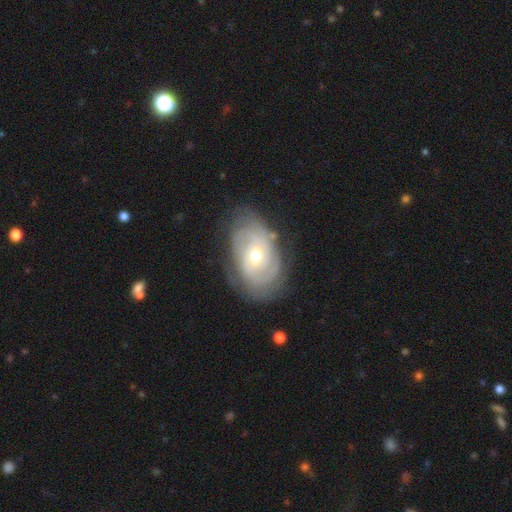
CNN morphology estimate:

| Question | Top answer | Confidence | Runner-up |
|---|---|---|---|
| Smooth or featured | featured or disk | 81% | smooth (13%) |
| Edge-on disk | no | 95% | yes (5%) |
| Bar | no | 70% | weak (24%) |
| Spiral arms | yes | 91% | no (9%) |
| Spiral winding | tight | 75% | medium (20%) |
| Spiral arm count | can't tell | 41% | 2 (24%) |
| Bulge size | moderate | 58% | small (39%) |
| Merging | none | 74% | minor disturbance (18%) |